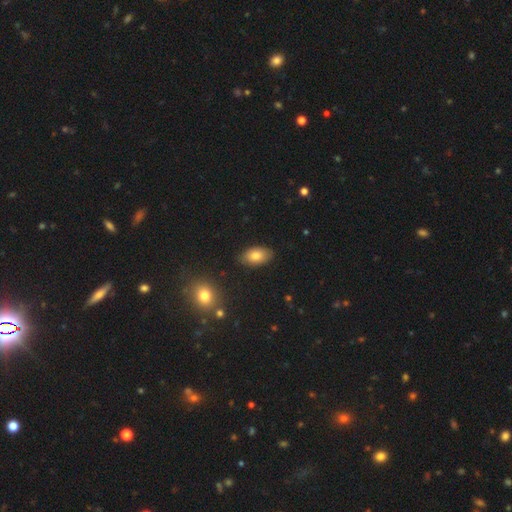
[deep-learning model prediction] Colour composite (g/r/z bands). It shows a smooth galaxy with no disk features (81%) that is in between round and cigar-shaped (93%). Merging: none (86%).